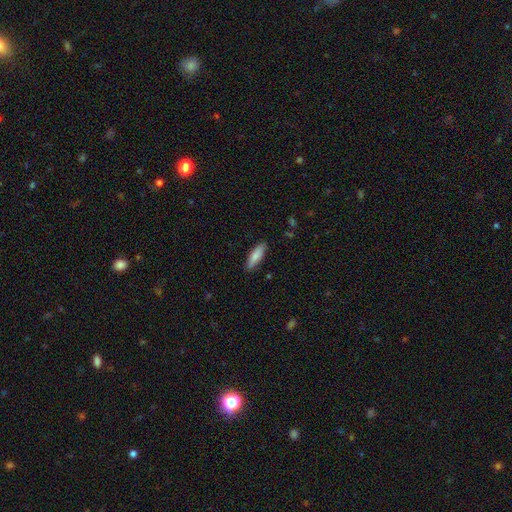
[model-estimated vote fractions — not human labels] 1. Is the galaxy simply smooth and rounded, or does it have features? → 83% smooth, 12% featured or disk, 6% star or artifact.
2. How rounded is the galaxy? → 56% cigar-shaped, 43% in between, 2% round.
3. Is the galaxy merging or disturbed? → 87% none, 10% minor disturbance, 2% major disturbance, 1% merger.